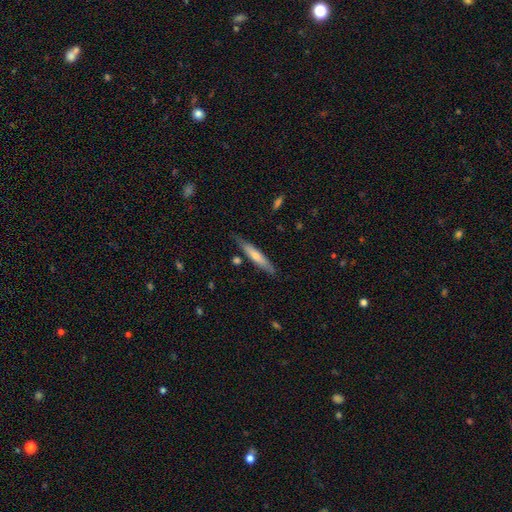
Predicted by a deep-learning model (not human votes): A smooth galaxy with no disk features (59%) that is cigar-shaped (89%). Merging: none (80%).